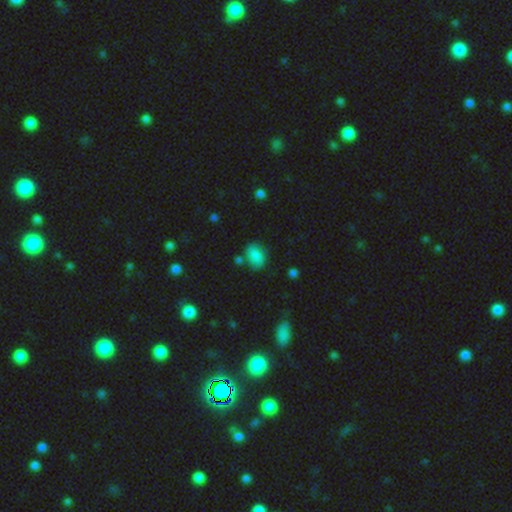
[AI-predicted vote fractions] Smooth or featured? Predicted: smooth (p=0.81). How rounded? Predicted: in between (p=0.71). Merging? Predicted: none (p=0.72).